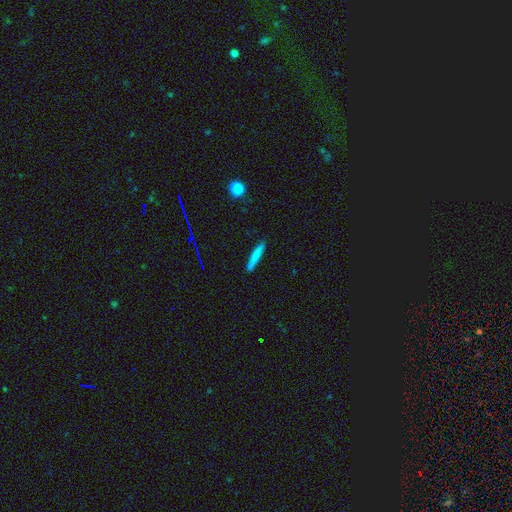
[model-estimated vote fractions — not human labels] Smooth or featured: smooth — 77% (featured or disk — 15%)
How rounded: cigar-shaped — 93% (in between — 6%)
Merging: none — 86% (minor disturbance — 10%)